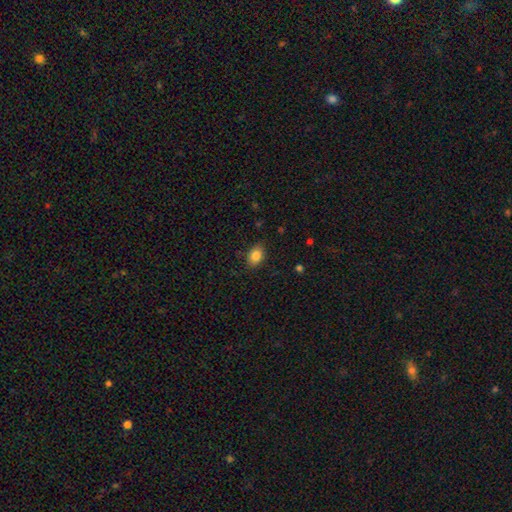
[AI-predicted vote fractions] This appears to be a smooth galaxy with no disk features (86%) that is in between round and cigar-shaped (78%). Merging: none (84%).